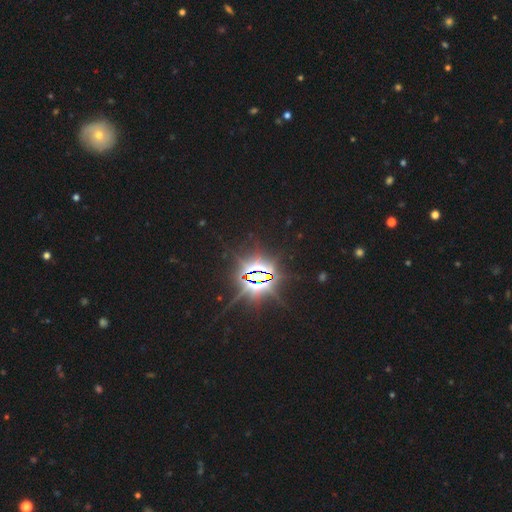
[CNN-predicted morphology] Smooth or featured? Predicted: star or artifact (p=0.86).